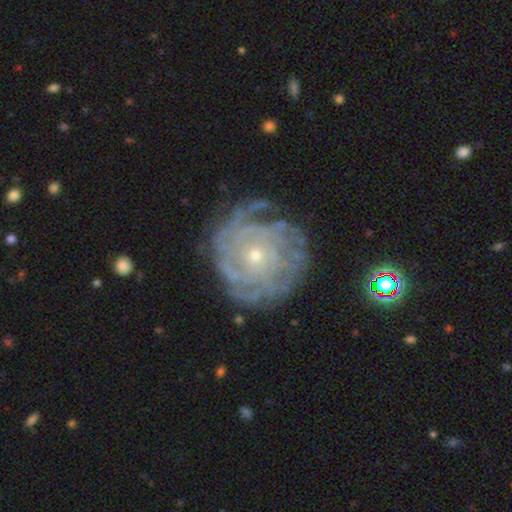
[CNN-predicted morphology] Smooth or featured: featured or disk — 85% (smooth — 8%)
Edge-on disk: no — 97% (yes — 3%)
Bar: no — 82% (weak — 14%)
Spiral arms: yes — 94% (no — 6%)
Spiral winding: tight — 81% (medium — 15%)
Spiral arm count: can't tell — 39% (4 — 17%)
Bulge size: small — 76% (moderate — 21%)
Merging: none — 71% (minor disturbance — 18%)